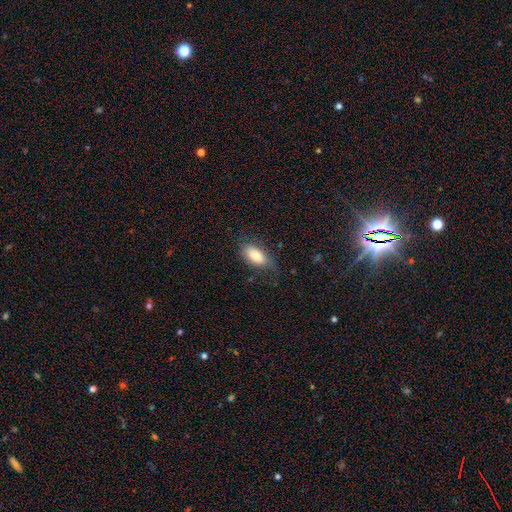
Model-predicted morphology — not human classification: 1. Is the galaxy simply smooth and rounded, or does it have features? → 80% smooth, 13% featured or disk, 7% star or artifact.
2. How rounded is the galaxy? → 86% in between, 11% cigar-shaped, 3% round.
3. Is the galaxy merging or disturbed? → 64% none, 25% minor disturbance, 10% major disturbance, 2% merger.